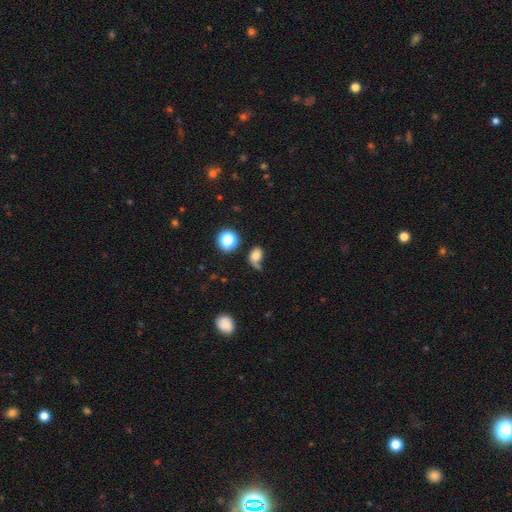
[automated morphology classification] A smooth galaxy with no disk features (71%) that is in between round and cigar-shaped (61%). Merging: none (36%).